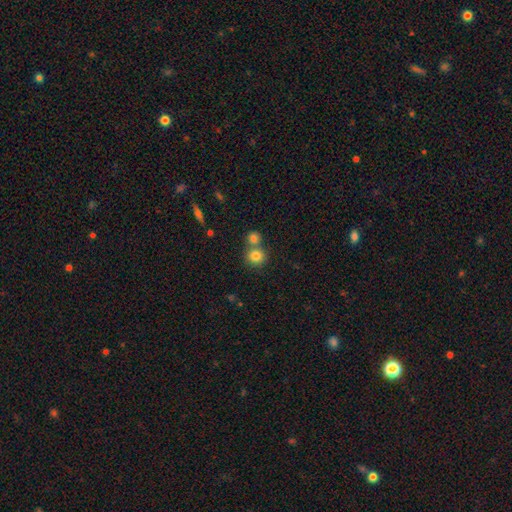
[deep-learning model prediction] Smooth or featured? smooth (81%)
How rounded? round (88%)
Merging? none (56%)